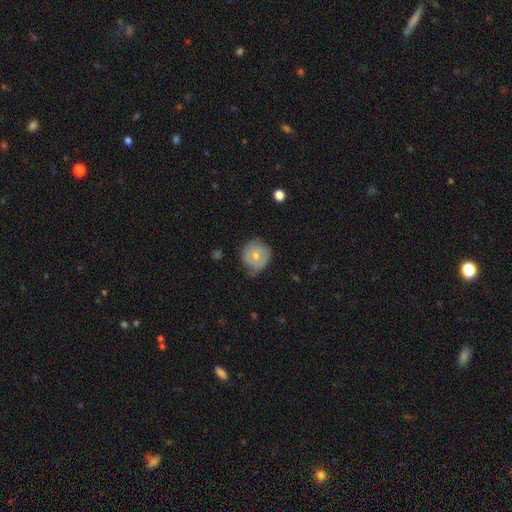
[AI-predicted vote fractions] This appears to be a smooth galaxy with no disk features (59%) that is round (90%). Merging: none (61%).